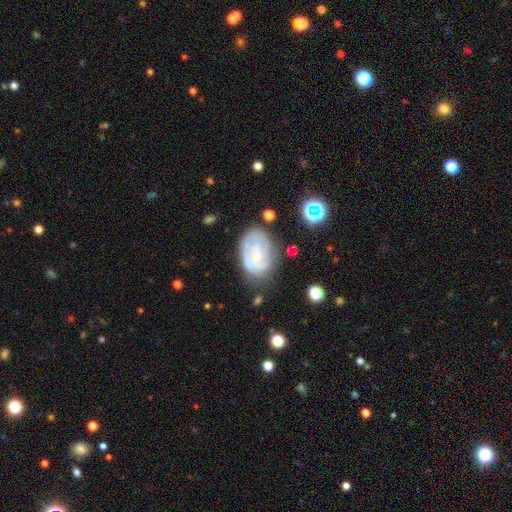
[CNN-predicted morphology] Smooth or featured? featured or disk (70%)
Edge-on disk? no (96%)
Bar? no (71%)
Spiral arms? yes (77%)
Spiral winding? tight (61%)
Spiral arm count? can't tell (47%)
Bulge size? small (71%)
Merging? none (59%)